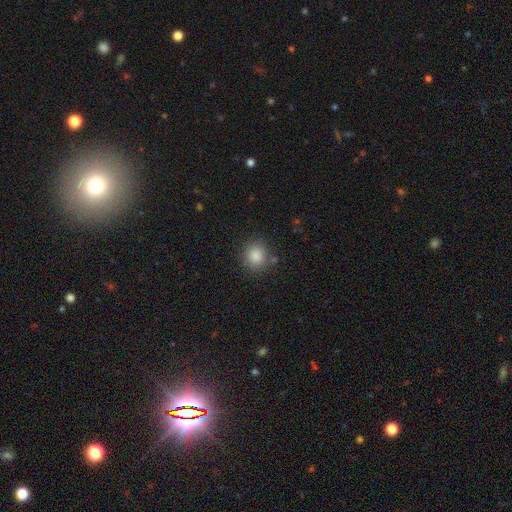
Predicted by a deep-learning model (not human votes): Morphology: type=smooth (86%); roundness=round (84%); merging=none (83%).